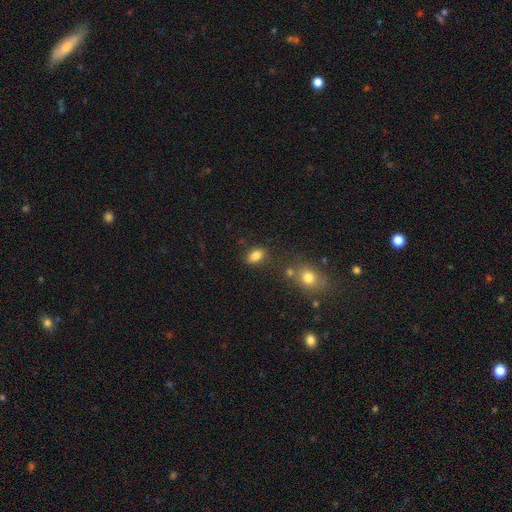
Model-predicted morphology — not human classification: Overall: smooth (83%). How rounded: in between (84%). Merging: none (79%).